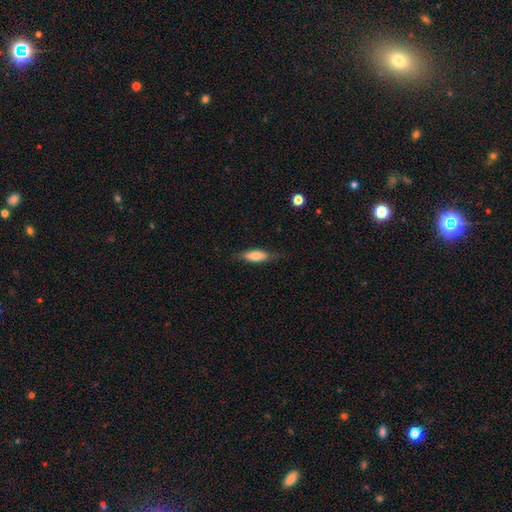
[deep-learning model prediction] Smooth or featured?
  - smooth: 67% *
  - featured or disk: 27%
  - star or artifact: 6%
How rounded?
  - in between: 57% *
  - cigar-shaped: 41%
  - round: 2%
Merging?
  - none: 73% *
  - minor disturbance: 20%
  - major disturbance: 5%
  - merger: 1%